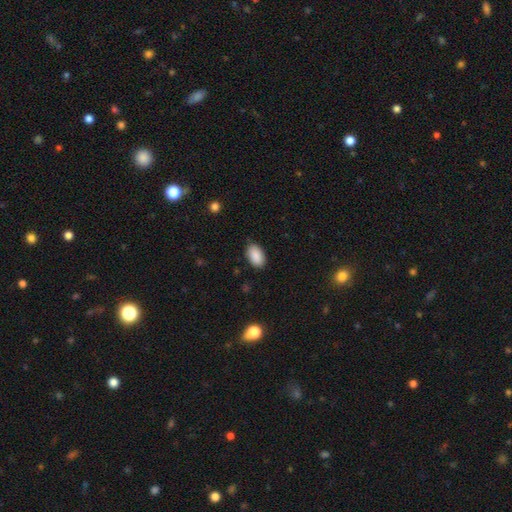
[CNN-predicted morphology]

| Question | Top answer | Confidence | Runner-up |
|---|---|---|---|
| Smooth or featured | smooth | 90% | star or artifact (7%) |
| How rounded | in between | 94% | round (5%) |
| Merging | none | 86% | minor disturbance (11%) |